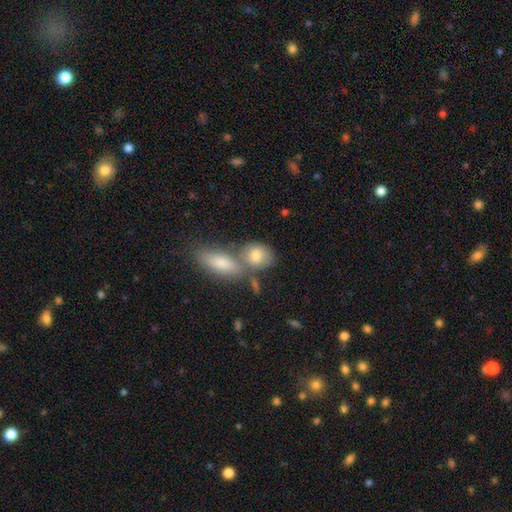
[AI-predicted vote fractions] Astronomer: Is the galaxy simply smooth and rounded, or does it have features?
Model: smooth — 77%.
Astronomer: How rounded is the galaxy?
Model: in between — 62%.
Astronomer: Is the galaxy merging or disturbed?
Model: none — 43% (runner-up: merger, 42%).